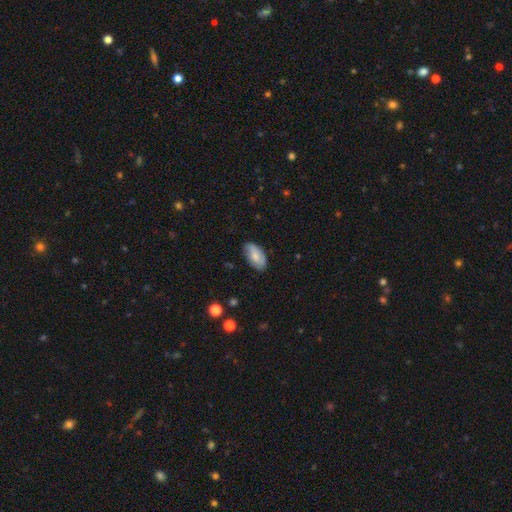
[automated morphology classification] A smooth galaxy with no disk features (74%) that is in between round and cigar-shaped (93%). Merging: none (79%).